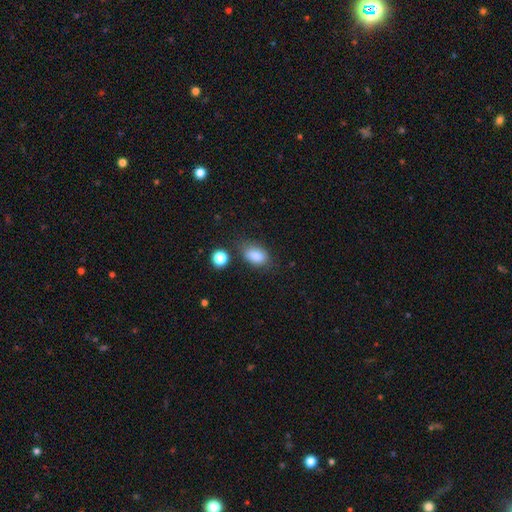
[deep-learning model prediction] A smooth galaxy with no disk features (85%) that is in between round and cigar-shaped (85%).

Vote fractions:
- Smooth or featured? smooth: 85% / star or artifact: 9% / featured or disk: 6%
- How rounded? in between: 85% / round: 13% / cigar-shaped: 2%
- Merging? none: 62% / minor disturbance: 23% / major disturbance: 7% / merger: 7%